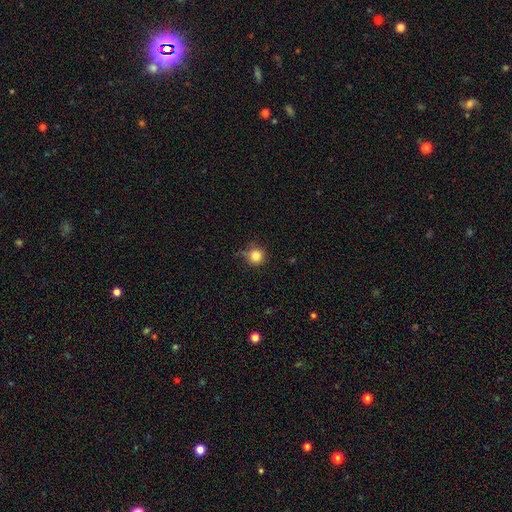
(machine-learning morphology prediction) type=smooth (82%); roundness=round (94%); merging=none (73%).